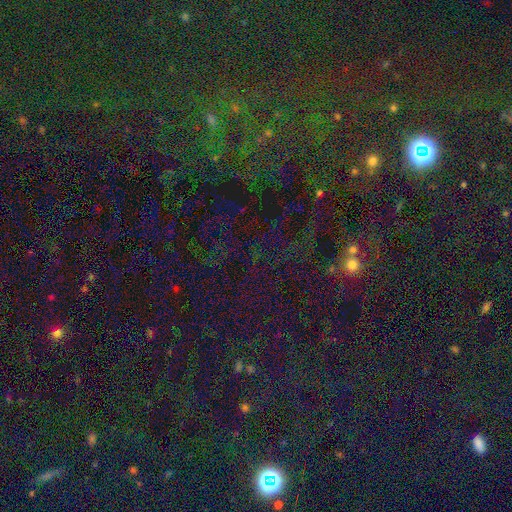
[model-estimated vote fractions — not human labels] A star or artifact, not a galaxy (80%).